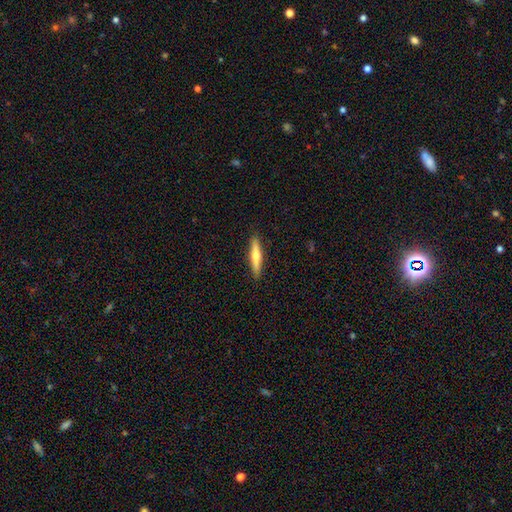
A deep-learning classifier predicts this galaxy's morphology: A smooth galaxy with no disk features (52%) that is cigar-shaped (88%).

Vote fractions:
- Smooth or featured? smooth: 52% / featured or disk: 43% / star or artifact: 5%
- How rounded? cigar-shaped: 88% / in between: 10% / round: 2%
- Merging? none: 91% / minor disturbance: 6% / major disturbance: 1% / merger: 1%